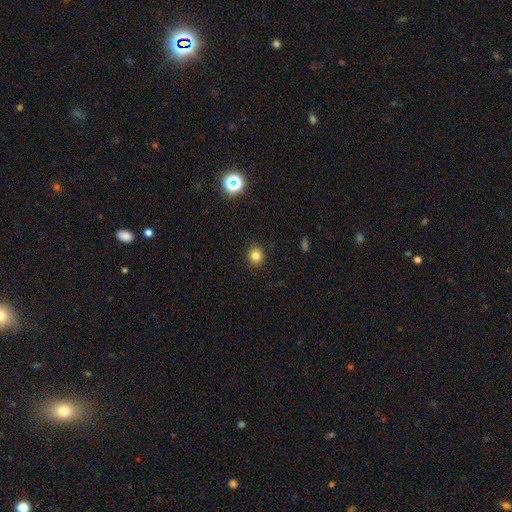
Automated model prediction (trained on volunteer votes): Overall: smooth (80%). How rounded: round (84%). Merging: none (90%).